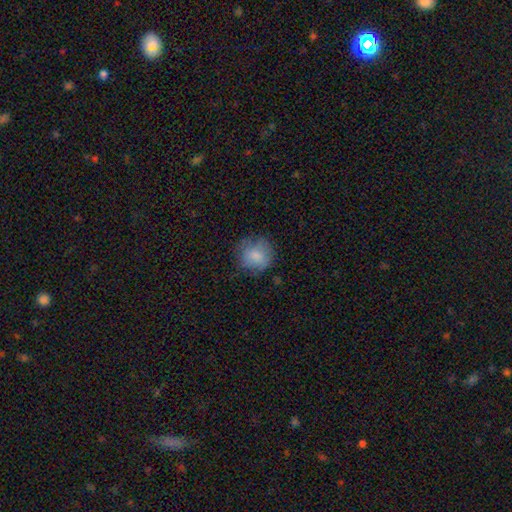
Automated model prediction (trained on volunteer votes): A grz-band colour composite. It shows a smooth galaxy with no disk features (78%) that is round (86%). Merging: none (66%).